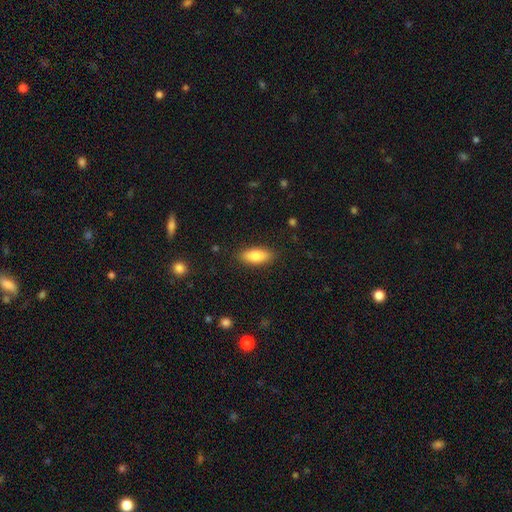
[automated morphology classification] A smooth galaxy with no disk features (83%) that is in between round and cigar-shaped (77%).

Vote fractions:
- Smooth or featured? smooth: 83% / featured or disk: 11% / star or artifact: 7%
- How rounded? in between: 77% / cigar-shaped: 20% / round: 2%
- Merging? none: 87% / minor disturbance: 10% / major disturbance: 2% / merger: 1%